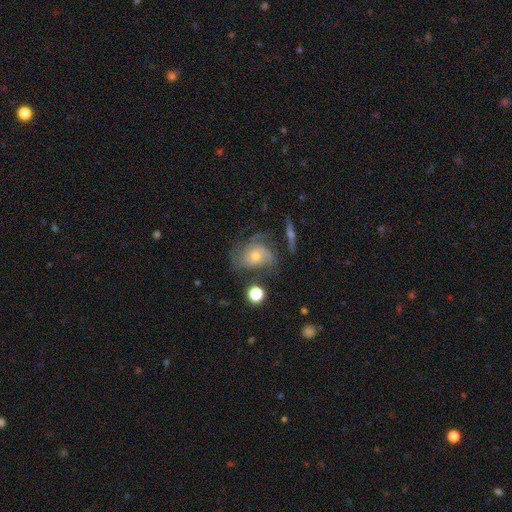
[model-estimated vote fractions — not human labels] The model was most divided on "spiral winding" (2-way tie): tight: 41%, medium: 41%, loose: 18%. Remaining: edge-on disk — no (96%); spiral arms — yes (89%); bar — no (75%); smooth or featured — featured or disk (73%); merging — none (55%); bulge size — moderate (47%); spiral arm count — can't tell (31%).